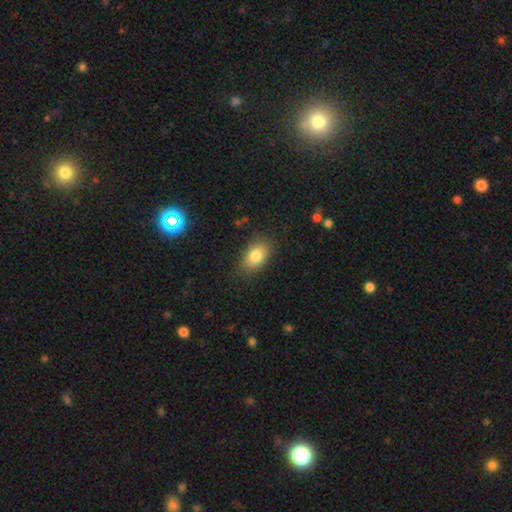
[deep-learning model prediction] Q: Smooth or featured?
A: smooth (82%); runner-up: featured or disk (10%)
Q: How rounded?
A: in between (89%); runner-up: round (9%)
Q: Merging?
A: none (83%); runner-up: minor disturbance (12%)